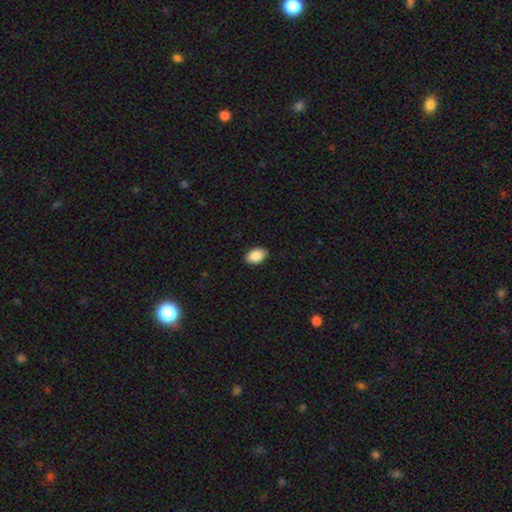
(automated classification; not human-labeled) The model was most divided on "merging": none: 89%, minor disturbance: 8%, major disturbance: 2%, merger: 1%. More confident: how rounded — in between (90%); smooth or featured — smooth (90%).